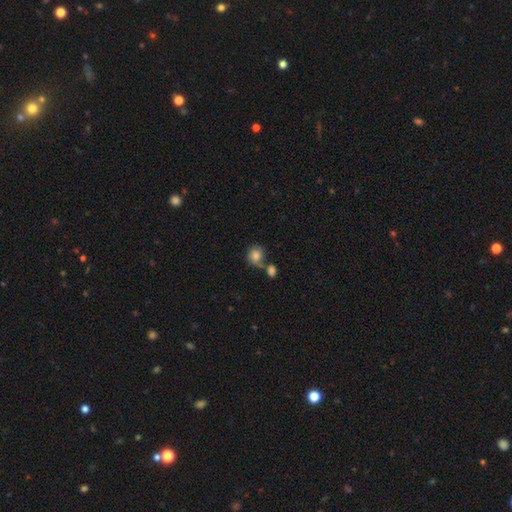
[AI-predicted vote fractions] Smooth or featured? smooth (73%)
How rounded? round (72%)
Merging? none (42%)